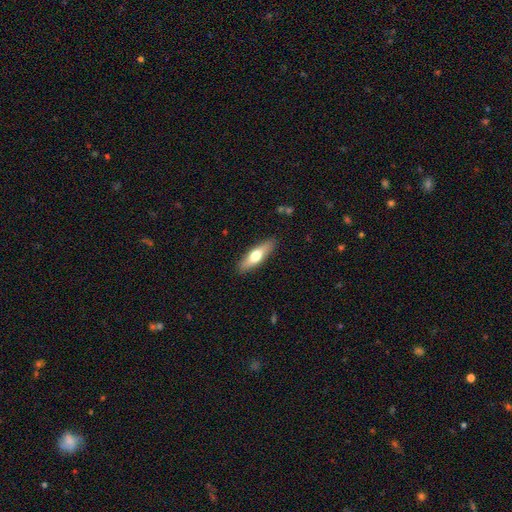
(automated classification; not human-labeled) smooth 58%, featured or disk 36%, star or artifact 6%. Down the decision tree: how rounded — cigar-shaped (58%); merging — none (88%).